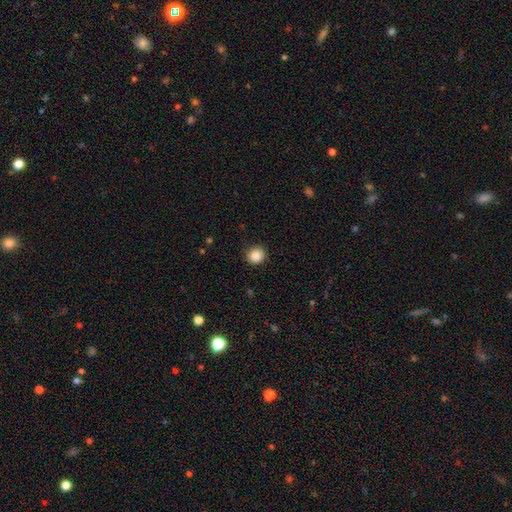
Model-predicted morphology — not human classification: Smooth or featured? smooth (88%)
How rounded? round (89%)
Merging? none (89%)